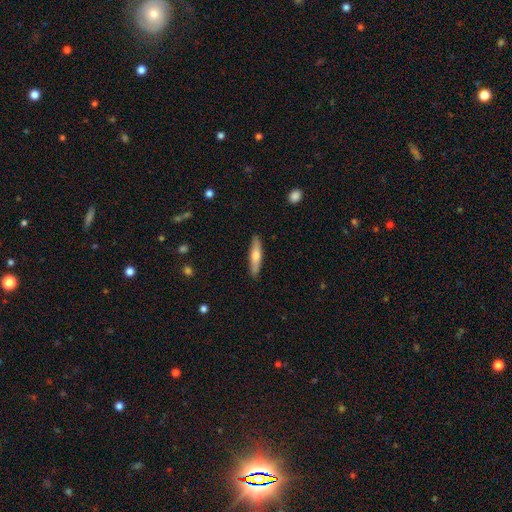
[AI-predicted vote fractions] smooth_or_featured: smooth (p=0.61) [alt: featured or disk p=0.34]
how_rounded: cigar-shaped (p=0.82) [alt: in between p=0.16]
merging: none (p=0.89) [alt: minor disturbance p=0.08]